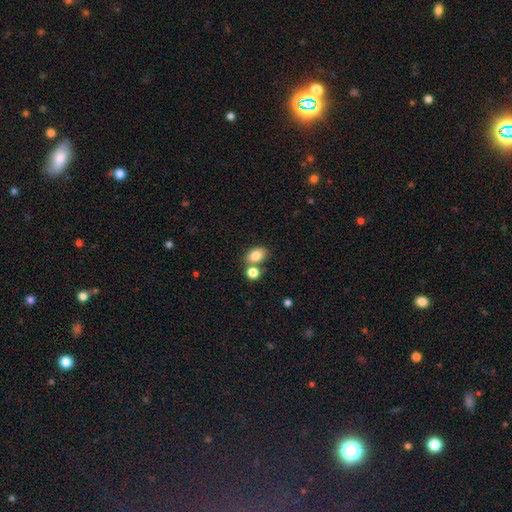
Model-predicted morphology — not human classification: This is clearly a smooth galaxy (81%). How rounded: likely in between (75%). Merging: possibly none (56%).